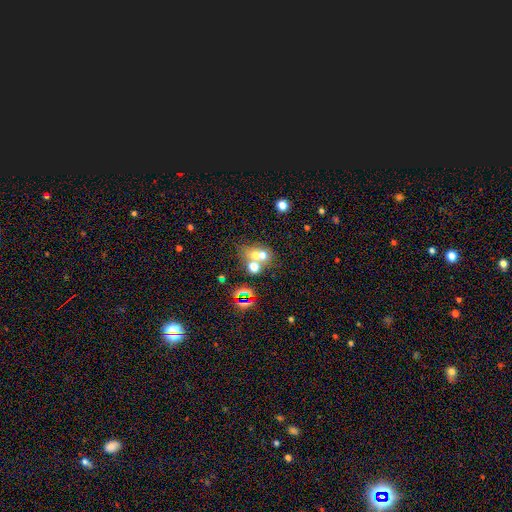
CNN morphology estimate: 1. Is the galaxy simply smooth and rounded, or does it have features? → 56% smooth, 22% star or artifact, 22% featured or disk.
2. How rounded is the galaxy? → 65% round, 34% in between, 1% cigar-shaped.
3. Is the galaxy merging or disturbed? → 53% merger, 35% none, 7% minor disturbance, 5% major disturbance.